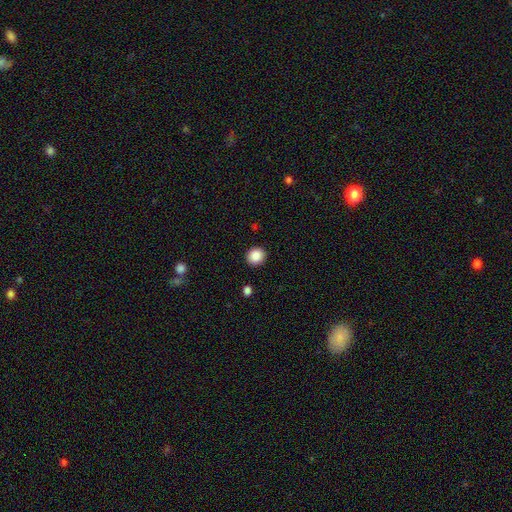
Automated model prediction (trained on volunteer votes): A smooth galaxy with no disk features (87%) that is round (86%). Merging: none (92%).